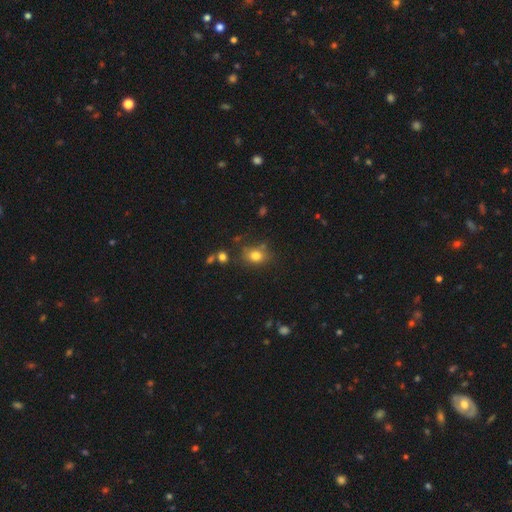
This appears to be a smooth galaxy with no disk features (87%) that is in between round and cigar-shaped (58%). Merging: none (81%).